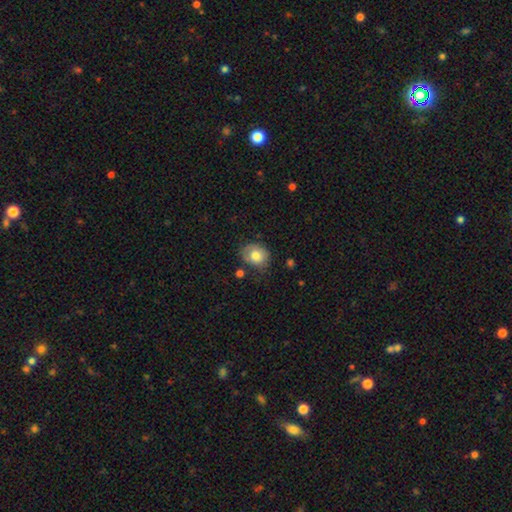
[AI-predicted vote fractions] Smooth or featured? smooth (73%)
How rounded? round (57%)
Merging? none (62%)